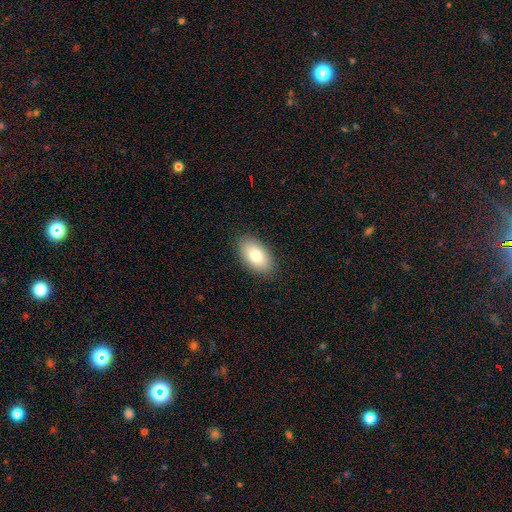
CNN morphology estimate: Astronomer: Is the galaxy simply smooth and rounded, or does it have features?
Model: smooth — 78%.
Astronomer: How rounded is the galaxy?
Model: in between — 94%.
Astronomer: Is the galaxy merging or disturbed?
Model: none — 87%.